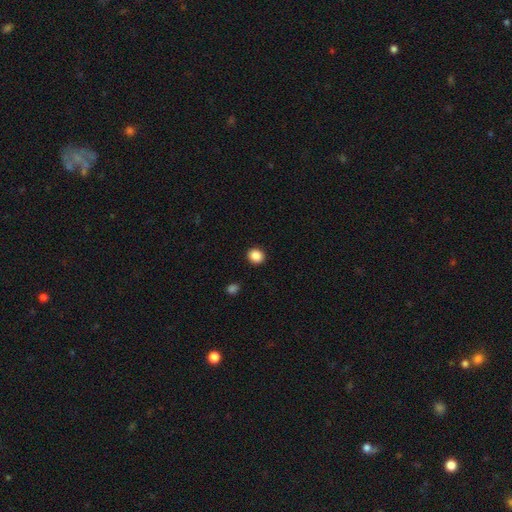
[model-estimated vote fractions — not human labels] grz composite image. It shows a smooth galaxy with no disk features (87%) that is round (84%). Merging: none (92%).